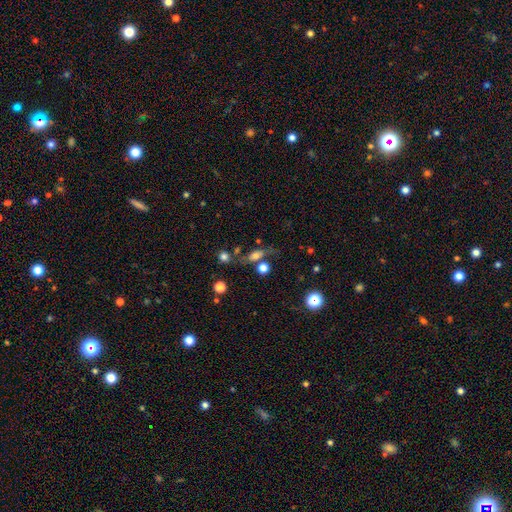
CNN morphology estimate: This is possibly a smooth galaxy (57%). How rounded: likely in between (62%). Merging: possibly none (52%).